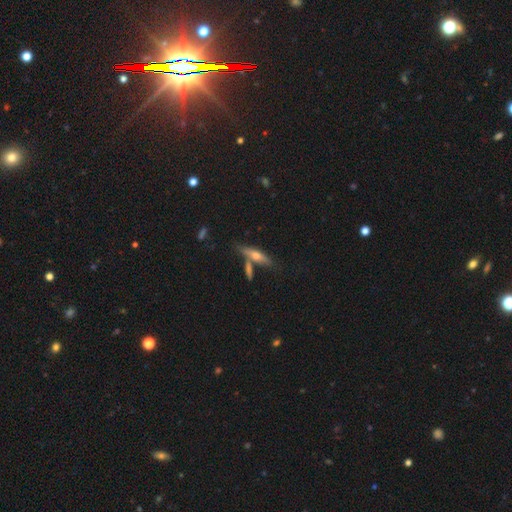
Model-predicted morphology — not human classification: Overall: featured or disk (47%; smooth 45%). Merging: none (65%).